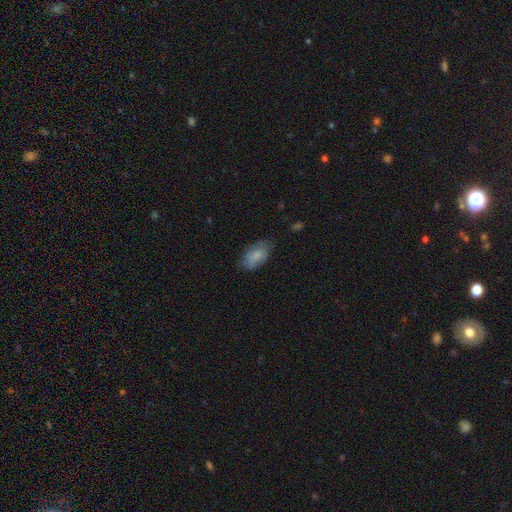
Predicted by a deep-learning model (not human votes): Smooth or featured: smooth — 77% (featured or disk — 17%)
How rounded: in between — 93% (round — 4%)
Merging: none — 65% (minor disturbance — 27%)